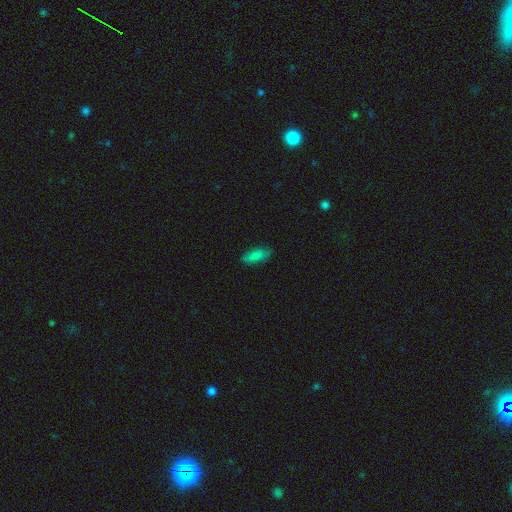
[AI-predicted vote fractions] Morphology: type=smooth (84%); roundness=in between (69%); merging=none (81%).